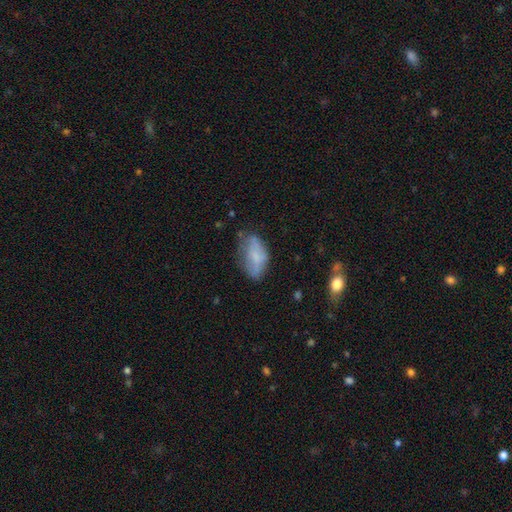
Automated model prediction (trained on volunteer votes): A smooth galaxy with no disk features (63%) that is in between round and cigar-shaped (91%).

Vote fractions:
- Smooth or featured? smooth: 63% / featured or disk: 28% / star or artifact: 9%
- How rounded? in between: 91% / cigar-shaped: 5% / round: 4%
- Merging? none: 51% / minor disturbance: 32% / major disturbance: 14% / merger: 3%